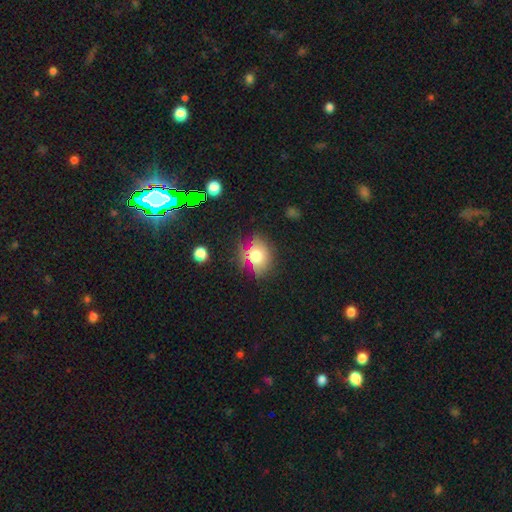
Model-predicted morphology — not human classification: A smooth galaxy with no disk features (68%) that is round (55%). Merging: none (71%).